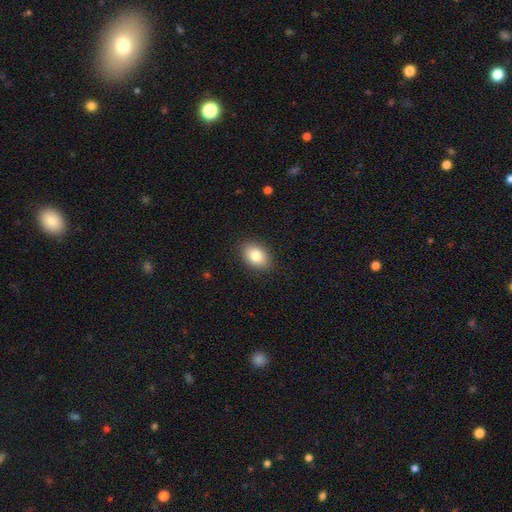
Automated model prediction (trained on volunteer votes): A smooth galaxy with no disk features (83%) that is in between round and cigar-shaped (78%). Merging: none (88%).